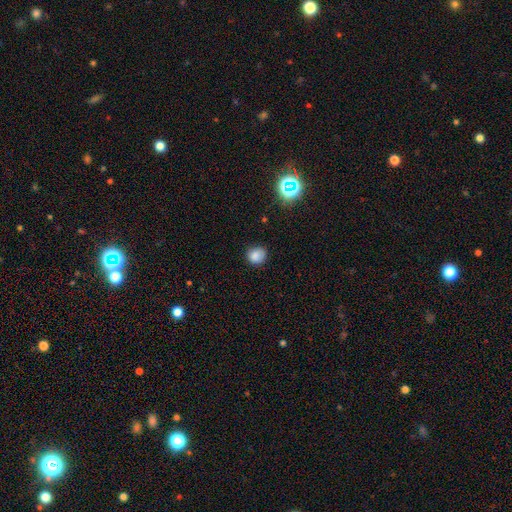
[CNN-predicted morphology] Smooth or featured?
  - smooth: 82% *
  - star or artifact: 13%
  - featured or disk: 5%
How rounded?
  - round: 83% *
  - in between: 16%
  - cigar-shaped: 1%
Merging?
  - none: 81% *
  - minor disturbance: 15%
  - major disturbance: 3%
  - merger: 1%